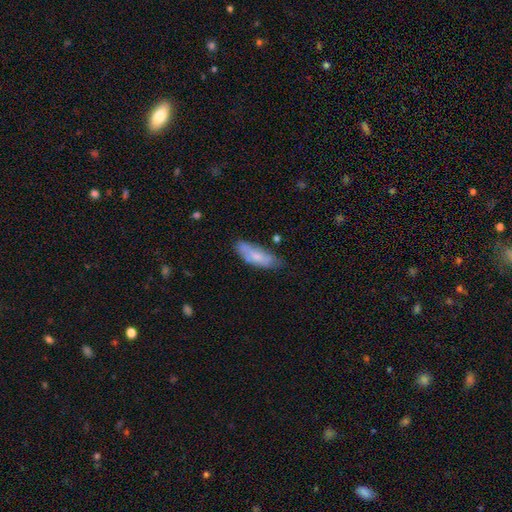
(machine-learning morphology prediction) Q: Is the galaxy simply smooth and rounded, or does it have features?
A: smooth — 66%.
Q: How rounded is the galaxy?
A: in between — 65%.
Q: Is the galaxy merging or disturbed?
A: none — 54%.